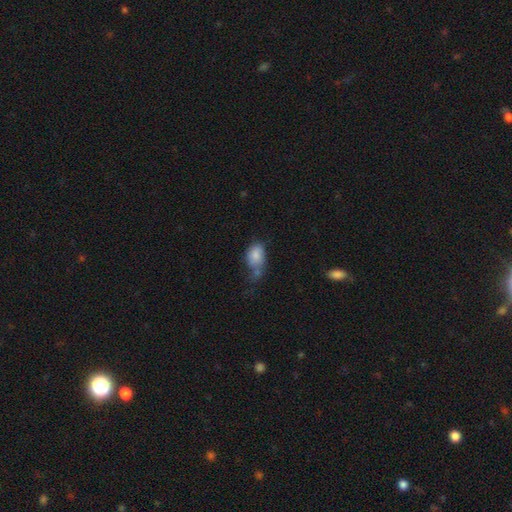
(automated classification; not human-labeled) Overall: smooth (81%). How rounded: in between (80%). Merging: none (33%; minor disturbance 29%).